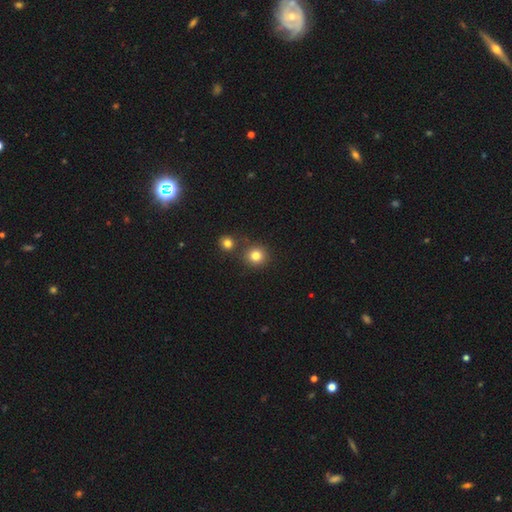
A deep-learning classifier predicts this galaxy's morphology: smooth 80%, star or artifact 13%, featured or disk 6%. Down the decision tree: how rounded — round (92%); merging — none (76%).